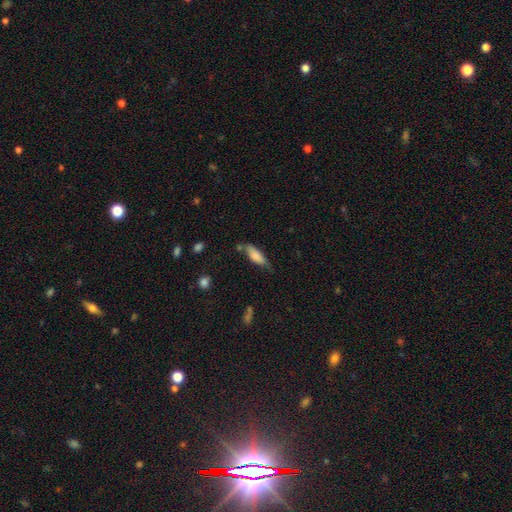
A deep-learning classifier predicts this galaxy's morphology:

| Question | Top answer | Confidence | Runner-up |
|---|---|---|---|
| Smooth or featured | smooth | 78% | featured or disk (16%) |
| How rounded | in between | 62% | cigar-shaped (37%) |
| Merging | none | 52% | minor disturbance (33%) |